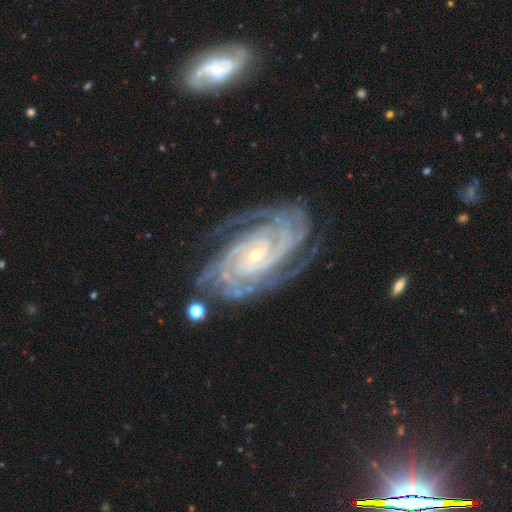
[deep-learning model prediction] Smooth or featured? Predicted: featured or disk (p=0.93). Edge-on disk? Predicted: no (p=0.97). Bar? Predicted: no (p=0.62). Spiral arms? Predicted: yes (p=0.99). Spiral winding? Predicted: tight (p=0.79). Spiral arm count? Predicted: 4 (p=0.26). Bulge size? Predicted: small (p=0.80). Merging? Predicted: none (p=0.75).